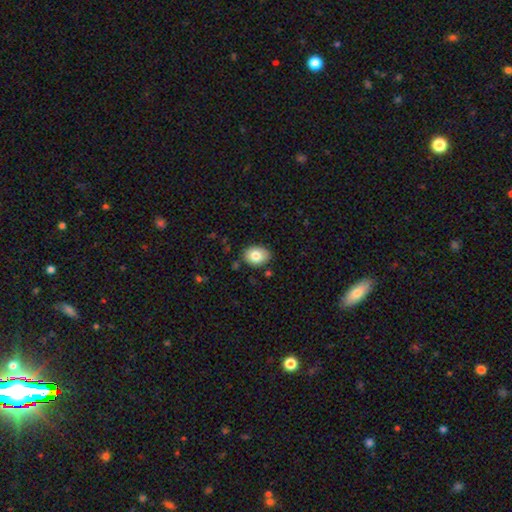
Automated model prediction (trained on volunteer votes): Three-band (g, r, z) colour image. It shows a smooth galaxy with no disk features (81%) that is in between round and cigar-shaped (67%). Merging: none (84%).